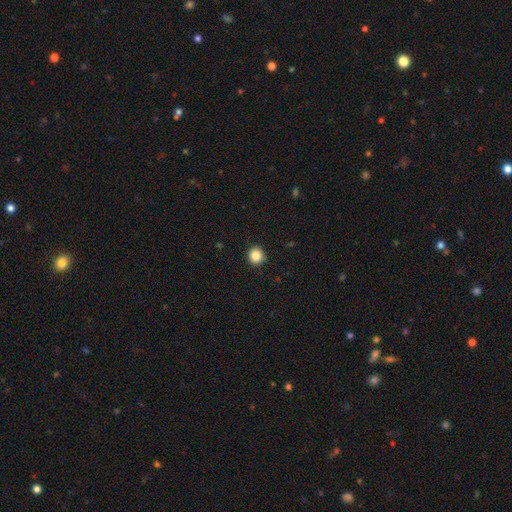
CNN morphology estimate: smooth-or-featured: smooth: 85% | star or artifact: 10% | featured or disk: 5%
  how-rounded: round: 93% | in between: 6% | cigar-shaped: 1%
  merging: none: 92% | minor disturbance: 5% | major disturbance: 2% | merger: 1%